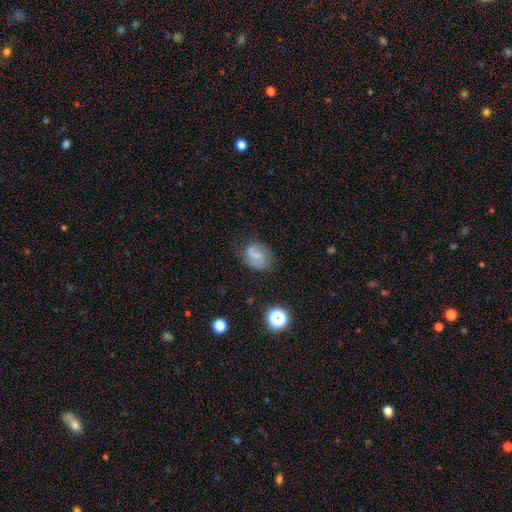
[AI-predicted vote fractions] Smooth or featured? Predicted: smooth (p=0.45). Merging? Predicted: none (p=0.70).